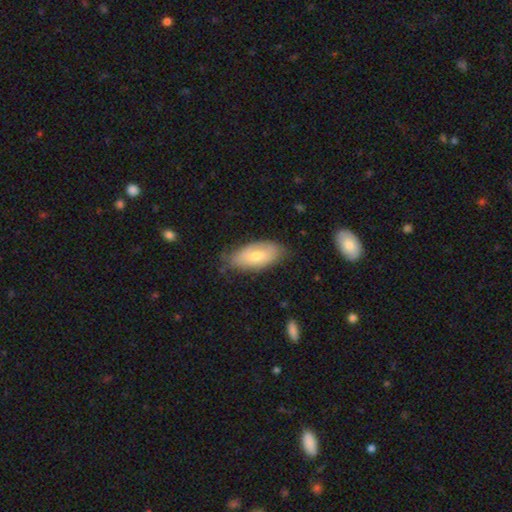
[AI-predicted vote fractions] Overall: smooth (63%; featured or disk 31%). How rounded: in between (90%). Merging: none (66%; minor disturbance 27%).